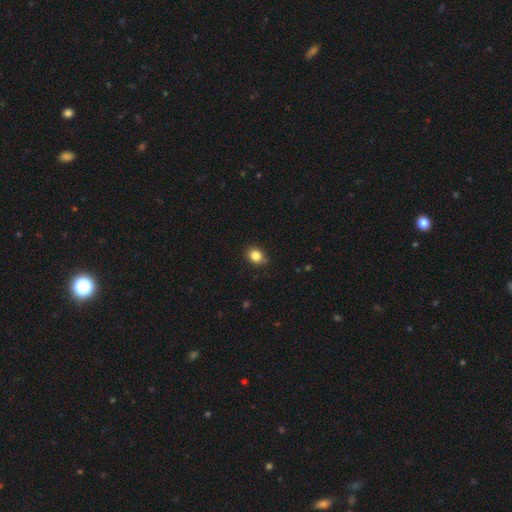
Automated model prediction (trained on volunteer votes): Smooth or featured? Predicted: smooth (p=0.84). How rounded? Predicted: round (p=0.62). Merging? Predicted: none (p=0.83).